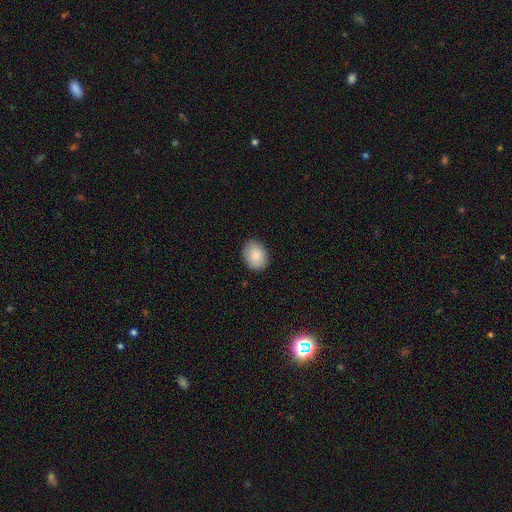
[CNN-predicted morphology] Smooth or featured?
  - smooth: 86% *
  - featured or disk: 7%
  - star or artifact: 7%
How rounded?
  - in between: 65% *
  - round: 34%
  - cigar-shaped: 1%
Merging?
  - none: 86% *
  - minor disturbance: 11%
  - major disturbance: 2%
  - merger: 1%